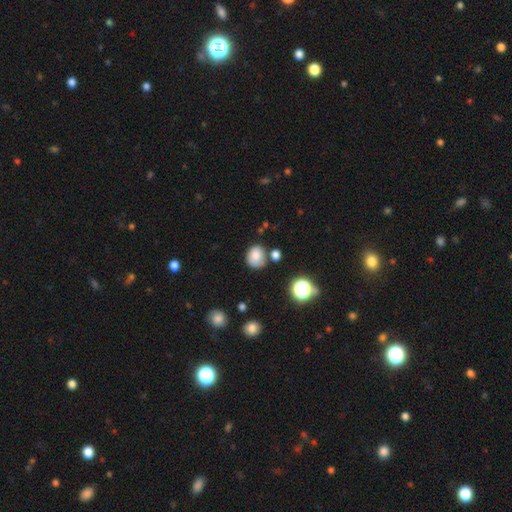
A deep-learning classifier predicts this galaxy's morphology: A smooth galaxy with no disk features (79%) that is round (67%). Merging: none (65%).